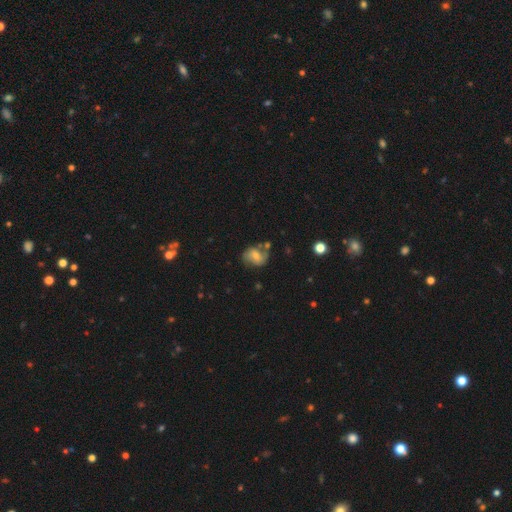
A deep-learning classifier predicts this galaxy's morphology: type=featured or disk (50%); merging=none (57%).